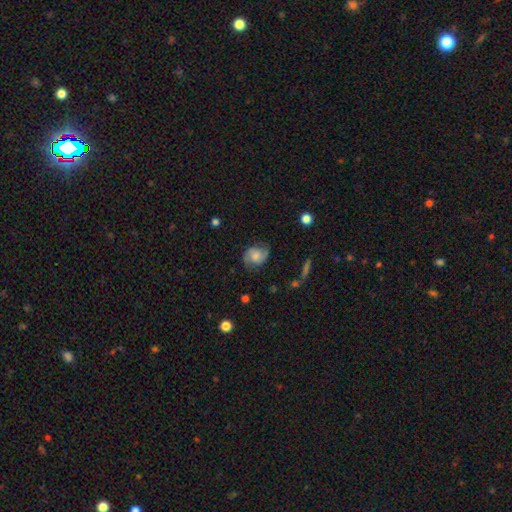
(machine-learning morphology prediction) The model was most divided on "bulge size": moderate: 47%, small: 36%, none: 8%, large: 7%, dominant: 2%. Remaining: edge-on disk — no (97%); spiral arms — yes (91%); spiral arm count — 2 (86%); merging — none (72%); bar — no (67%); smooth or featured — featured or disk (62%); spiral winding — medium (47%).